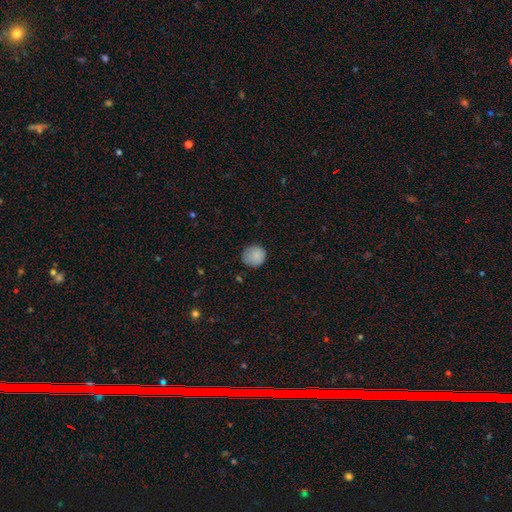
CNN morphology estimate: The model was most divided on "merging": none: 81%, minor disturbance: 15%, major disturbance: 3%, merger: 1%. More confident: how rounded — round (91%); smooth or featured — smooth (86%).